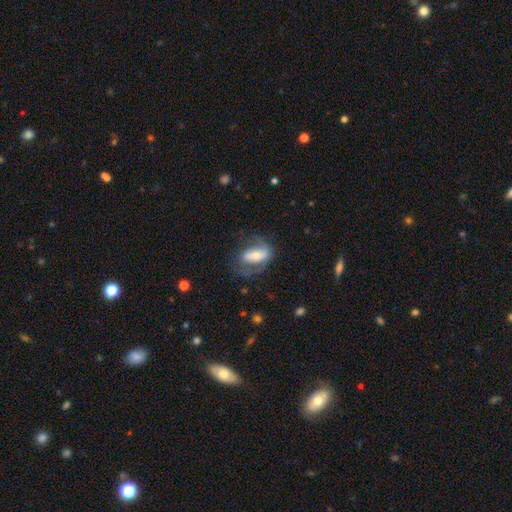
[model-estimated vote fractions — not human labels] Smooth or featured: featured or disk — 48% (smooth — 45%)
Merging: none — 53% (minor disturbance — 23%)